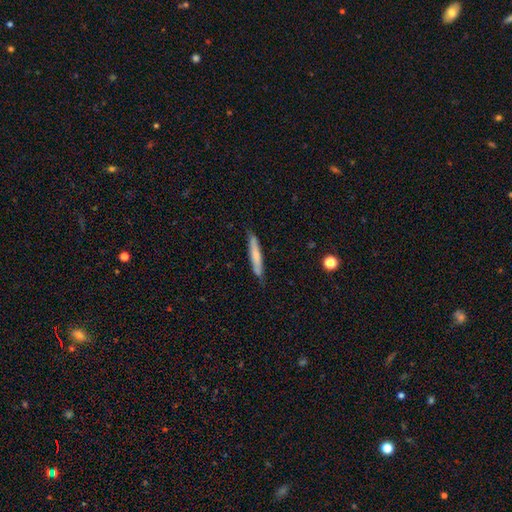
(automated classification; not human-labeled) This appears to be a smooth galaxy with no disk features (65%) that is cigar-shaped (94%). Merging: none (82%).